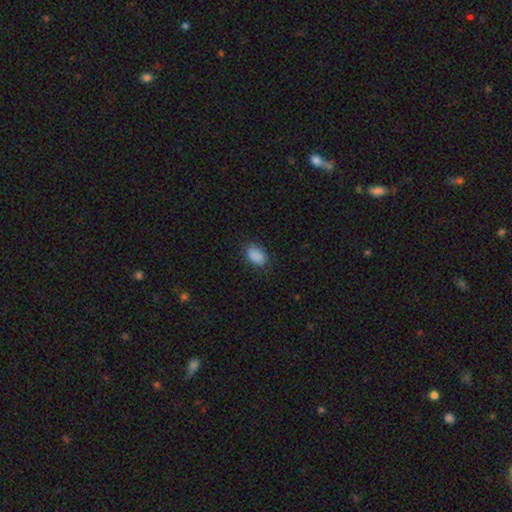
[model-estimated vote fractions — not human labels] Smooth or featured?
  - smooth: 88% *
  - star or artifact: 8%
  - featured or disk: 4%
How rounded?
  - in between: 87% *
  - round: 12%
  - cigar-shaped: 1%
Merging?
  - none: 80% *
  - minor disturbance: 15%
  - major disturbance: 4%
  - merger: 1%